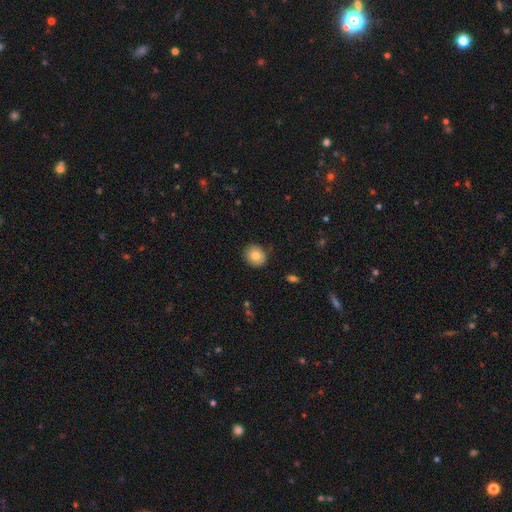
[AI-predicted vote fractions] A smooth galaxy with no disk features (84%) that is round (77%).

Vote fractions:
- Smooth or featured? smooth: 84% / featured or disk: 8% / star or artifact: 8%
- How rounded? round: 77% / in between: 22% / cigar-shaped: 1%
- Merging? none: 87% / minor disturbance: 10% / major disturbance: 2% / merger: 1%